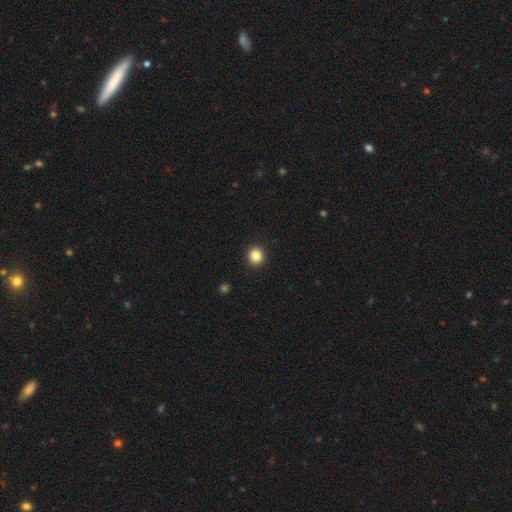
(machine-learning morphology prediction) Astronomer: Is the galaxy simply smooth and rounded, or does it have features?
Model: smooth — 85%.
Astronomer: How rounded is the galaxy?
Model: round — 91%.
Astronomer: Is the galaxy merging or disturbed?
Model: none — 93%.